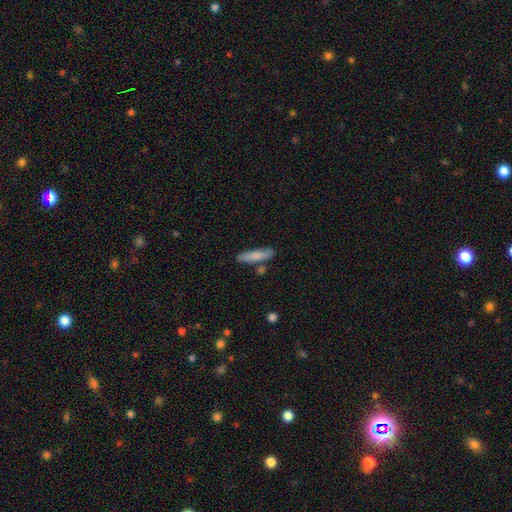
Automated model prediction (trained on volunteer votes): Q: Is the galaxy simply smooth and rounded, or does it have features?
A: smooth — 79%.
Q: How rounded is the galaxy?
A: cigar-shaped — 76%.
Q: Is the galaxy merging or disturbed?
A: none — 76%.